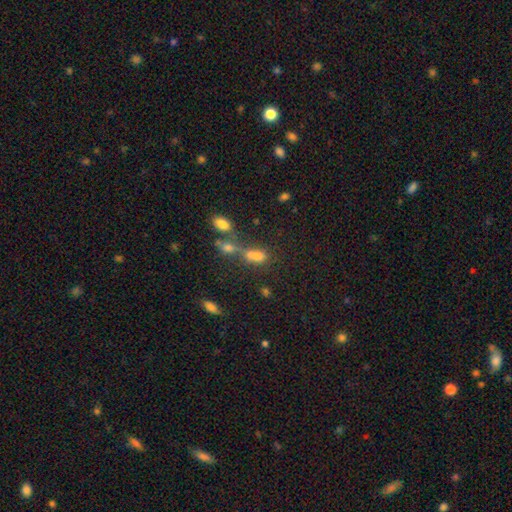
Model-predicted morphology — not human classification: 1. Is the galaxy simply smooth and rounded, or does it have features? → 62% smooth, 22% star or artifact, 16% featured or disk.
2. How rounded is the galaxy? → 52% in between, 41% round, 6% cigar-shaped.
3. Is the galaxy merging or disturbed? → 55% merger, 30% none, 9% minor disturbance, 7% major disturbance.